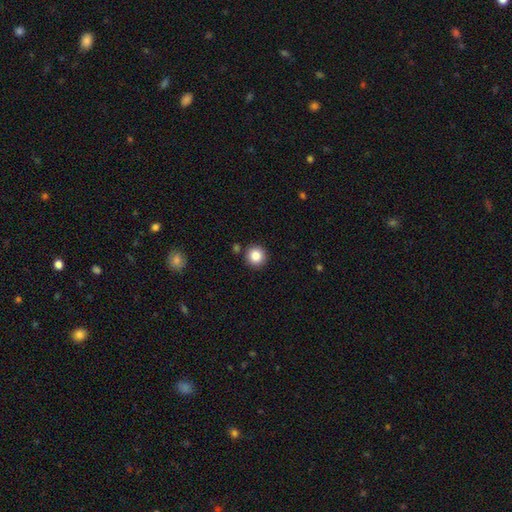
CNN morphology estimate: A smooth galaxy with no disk features (84%) that is round (94%).

Vote fractions:
- Smooth or featured? smooth: 84% / star or artifact: 10% / featured or disk: 6%
- How rounded? round: 94% / in between: 5% / cigar-shaped: 1%
- Merging? none: 88% / minor disturbance: 6% / merger: 3% / major disturbance: 2%